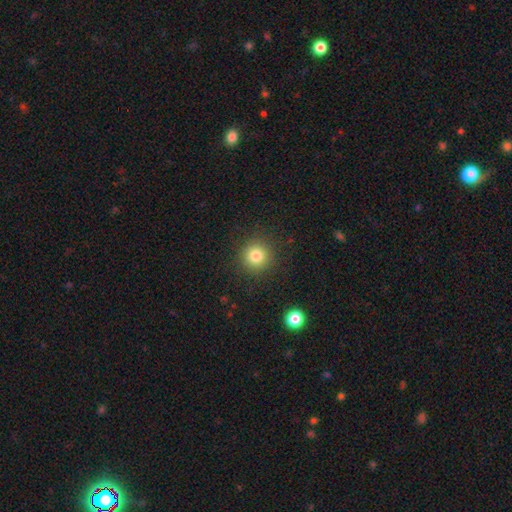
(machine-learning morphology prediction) Smooth or featured?
  - smooth: 81% *
  - star or artifact: 13%
  - featured or disk: 7%
How rounded?
  - round: 94% *
  - in between: 5%
  - cigar-shaped: 1%
Merging?
  - none: 90% *
  - minor disturbance: 6%
  - major disturbance: 3%
  - merger: 1%